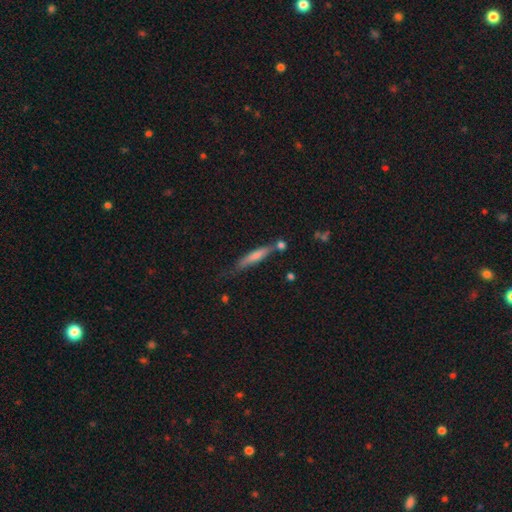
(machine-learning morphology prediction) Smooth or featured: smooth — 63% (featured or disk — 30%)
How rounded: cigar-shaped — 88% (in between — 10%)
Merging: none — 60% (minor disturbance — 22%)